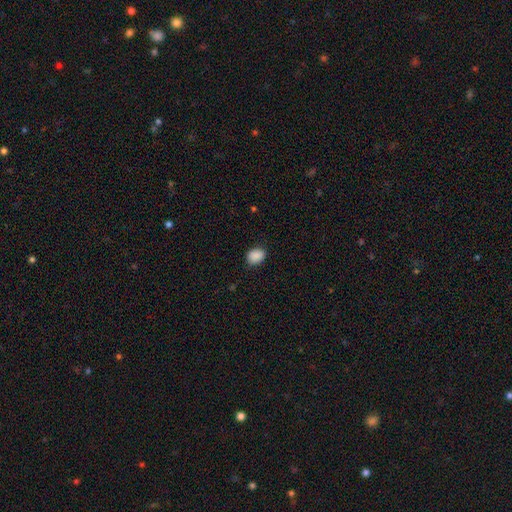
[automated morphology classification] The model was most divided on "how rounded": in between: 66%, round: 33%, cigar-shaped: 1%. More confident: smooth or featured — smooth (89%); merging — none (83%).